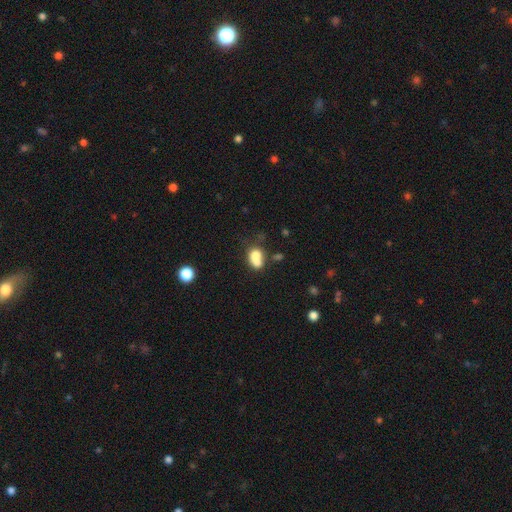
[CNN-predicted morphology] Smooth or featured? Predicted: smooth (p=0.74). How rounded? Predicted: in between (p=0.66). Merging? Predicted: merger (p=0.42).